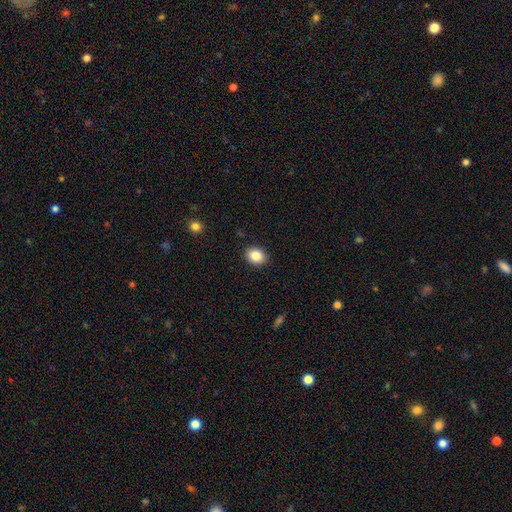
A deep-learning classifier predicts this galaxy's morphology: Smooth or featured? smooth (86%)
How rounded? in between (55%)
Merging? none (89%)